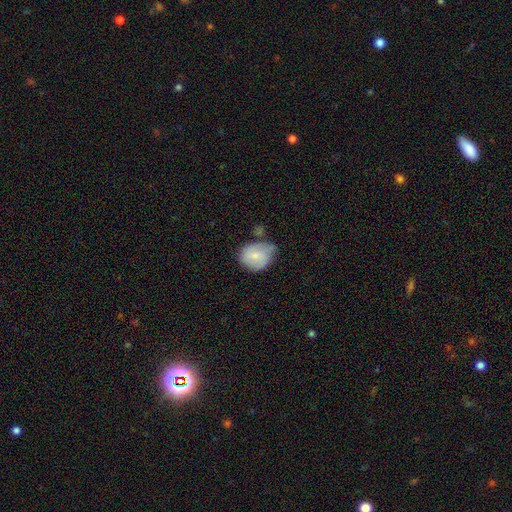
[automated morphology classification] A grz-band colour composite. It shows a smooth galaxy with no disk features (73%) that is in between round and cigar-shaped (51%). Merging: none (41%).